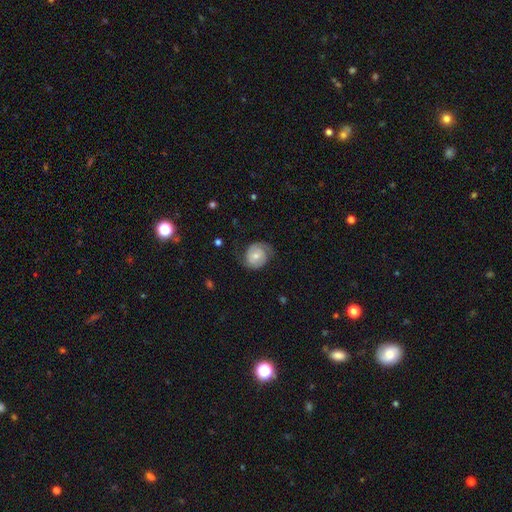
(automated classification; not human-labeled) The model was most divided on "spiral winding": tight: 44%, medium: 37%, loose: 19%. More confident: edge-on disk — no (98%); spiral arms — yes (92%); spiral arm count — 2 (82%); smooth or featured — featured or disk (70%); bar — no (69%); merging — none (68%); bulge size — moderate (52%).